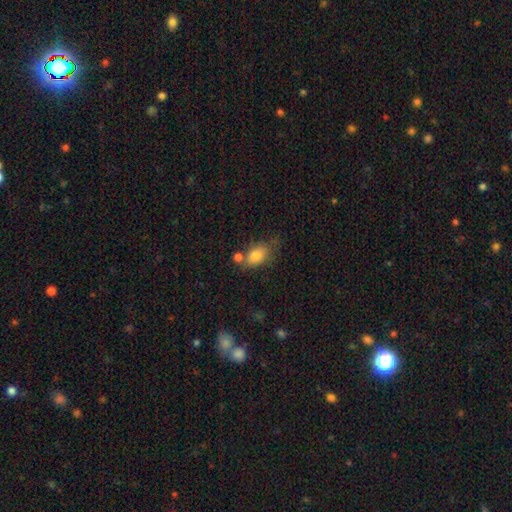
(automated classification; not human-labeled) A smooth galaxy with no disk features (82%) that is in between round and cigar-shaped (83%).

Vote fractions:
- Smooth or featured? smooth: 82% / featured or disk: 10% / star or artifact: 8%
- How rounded? in between: 83% / round: 15% / cigar-shaped: 2%
- Merging? none: 48% / merger: 22% / minor disturbance: 22% / major disturbance: 9%